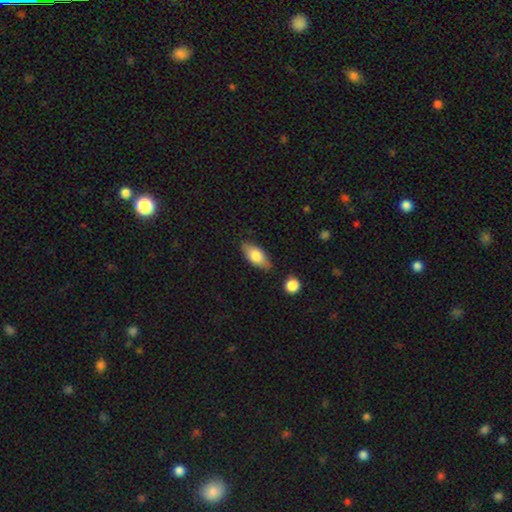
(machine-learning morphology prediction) This is likely a smooth galaxy (75%). How rounded: clearly in between (86%). Merging: clearly none (80%).